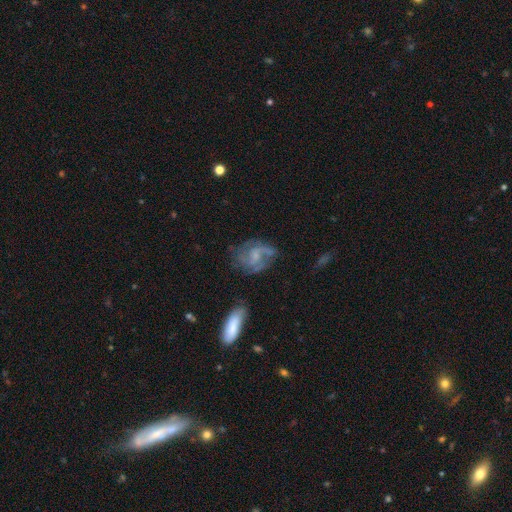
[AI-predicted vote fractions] A featured or disk galaxy (68%) with no bar (53%), 2 (55%) medium (46%) spiral arms (82%) and a small central bulge (37%).

Vote fractions:
- Smooth or featured? featured or disk: 68% / smooth: 23% / star or artifact: 9%
- Edge-on disk? no: 97% / yes: 3%
- Bar? no: 53% / weak: 40% / strong: 7%
- Spiral arms? yes: 82% / no: 18%
- Spiral winding? medium: 46% / loose: 31% / tight: 23%
- Spiral arm count? 2: 55% / can't tell: 23% / 3: 11% / 1: 6% / 4: 3% / more than 4: 2%
- Bulge size? small: 37% / none: 33% / moderate: 25% / large: 4% / dominant: 1%
- Merging? none: 56% / minor disturbance: 22% / major disturbance: 17% / merger: 4%